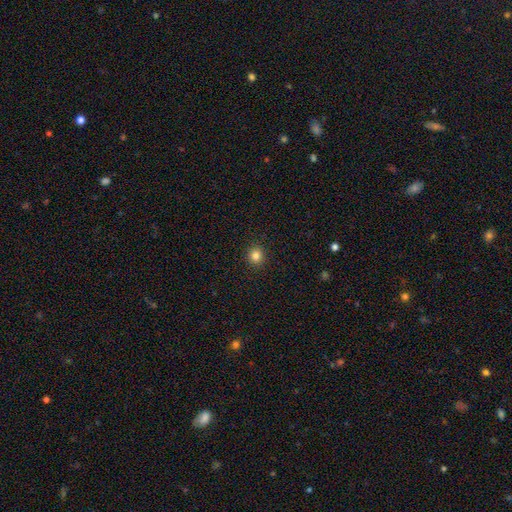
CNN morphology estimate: This appears to be a smooth galaxy with no disk features (83%) that is round (91%). Merging: none (92%).